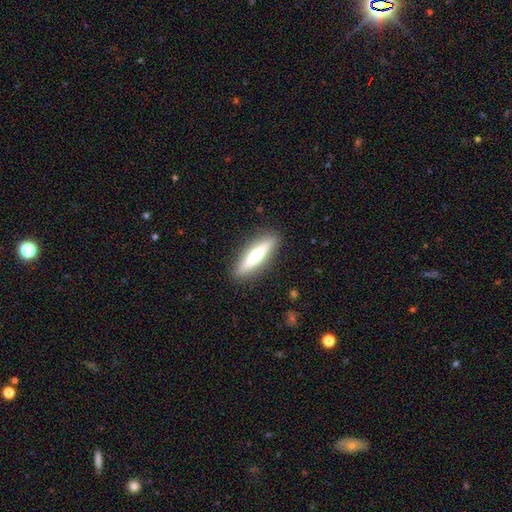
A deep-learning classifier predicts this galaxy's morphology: This is possibly a featured or disk galaxy (47%, tied with smooth). Merging: clearly none (90%).